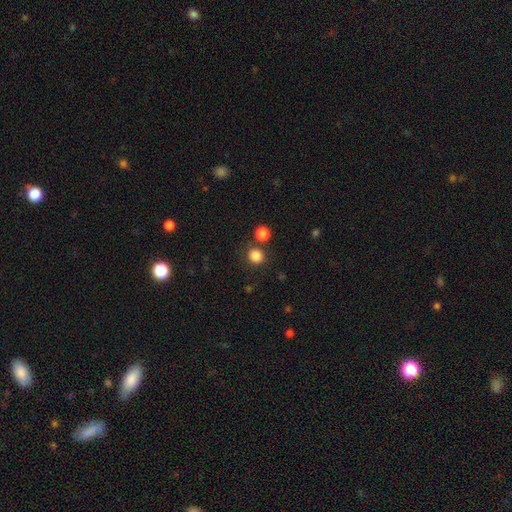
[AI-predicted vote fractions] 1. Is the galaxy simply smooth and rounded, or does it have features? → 84% smooth, 12% star or artifact, 4% featured or disk.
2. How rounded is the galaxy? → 84% round, 15% in between, 1% cigar-shaped.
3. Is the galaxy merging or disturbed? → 79% none, 9% merger, 9% minor disturbance, 3% major disturbance.